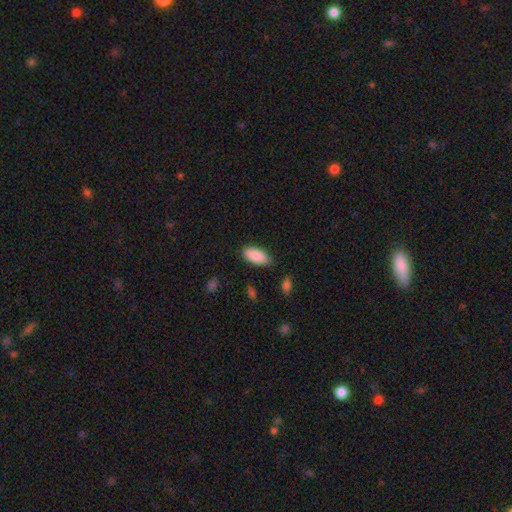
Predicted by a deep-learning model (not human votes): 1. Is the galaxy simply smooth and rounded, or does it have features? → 89% smooth, 6% star or artifact, 5% featured or disk.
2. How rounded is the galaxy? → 89% in between, 9% cigar-shaped, 2% round.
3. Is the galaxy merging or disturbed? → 82% none, 13% minor disturbance, 3% major disturbance, 2% merger.